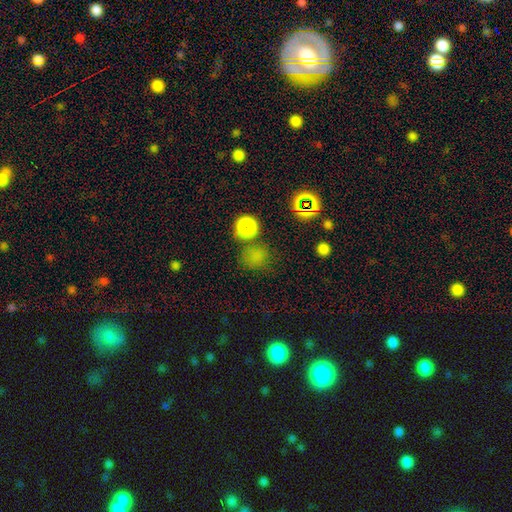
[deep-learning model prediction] smooth_or_featured: smooth (p=0.64) [alt: star or artifact p=0.30]
how_rounded: round (p=0.80) [alt: in between p=0.19]
merging: none (p=0.73) [alt: minor disturbance p=0.14]